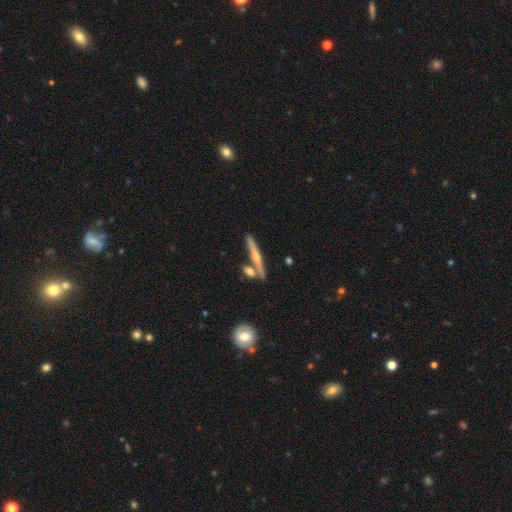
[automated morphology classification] featured or disk 61%, smooth 32%, star or artifact 7%. Down the decision tree: edge-on disk — yes (96%); edge-on bulge — rounded (81%); merging — none (70%).